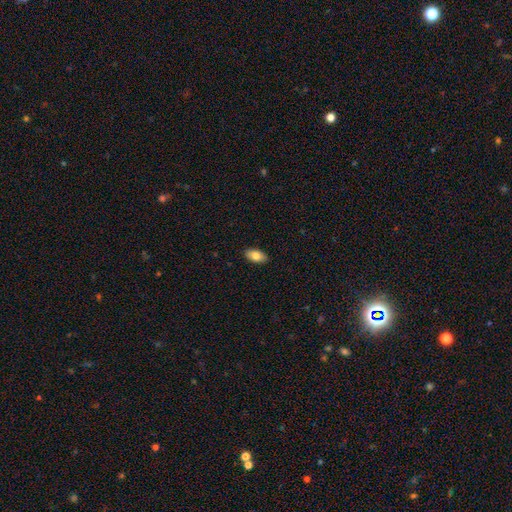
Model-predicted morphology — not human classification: type=smooth (81%); roundness=in between (93%); merging=none (90%).